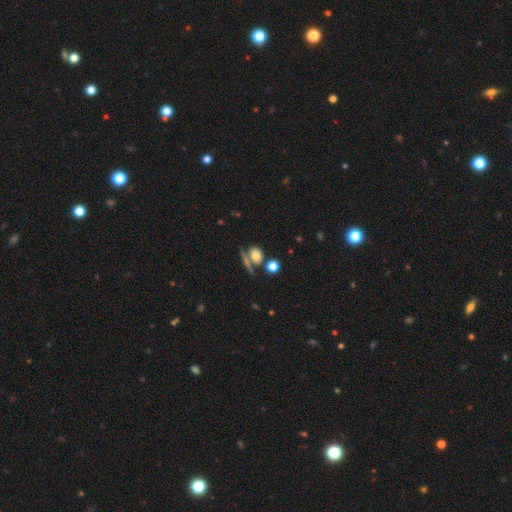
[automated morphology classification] smooth_or_featured: smooth (p=0.74) [alt: featured or disk p=0.14]
how_rounded: round (p=0.54) [alt: in between p=0.42]
merging: none (p=0.54) [alt: merger p=0.26]